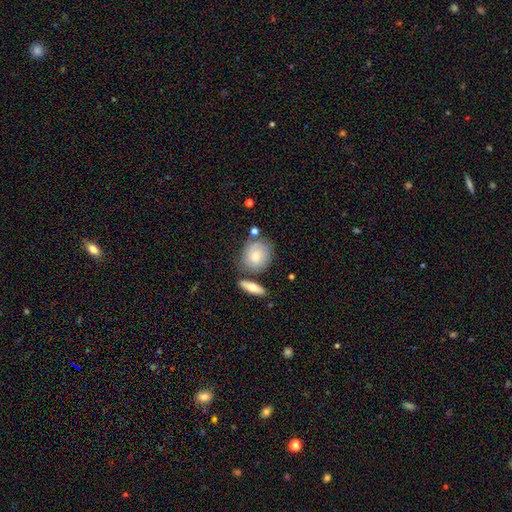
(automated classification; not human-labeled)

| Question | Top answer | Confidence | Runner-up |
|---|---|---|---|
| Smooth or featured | smooth | 55% | featured or disk (38%) |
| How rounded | round | 68% | in between (30%) |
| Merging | none | 64% | minor disturbance (18%) |